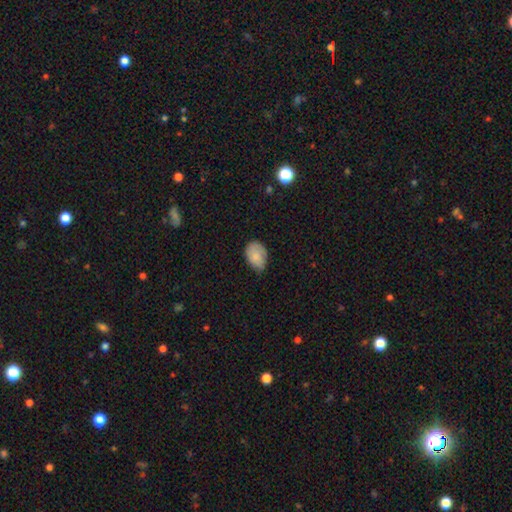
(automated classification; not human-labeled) smooth 81%, featured or disk 12%, star or artifact 7%. Down the decision tree: how rounded — in between (83%); merging — none (59%).